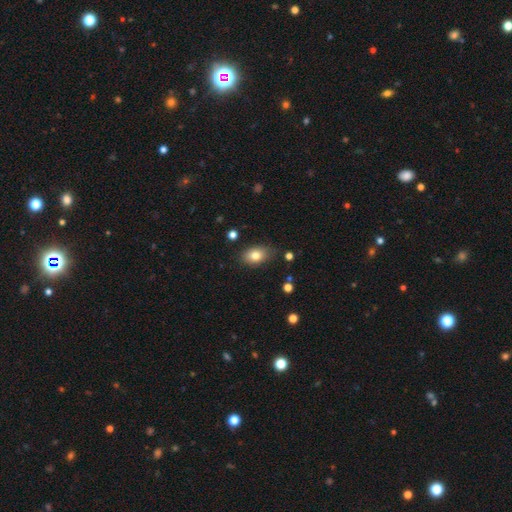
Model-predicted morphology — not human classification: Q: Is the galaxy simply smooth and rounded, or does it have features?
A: smooth — 80%.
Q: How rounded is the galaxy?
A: in between — 81%.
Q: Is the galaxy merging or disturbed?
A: none — 79%.